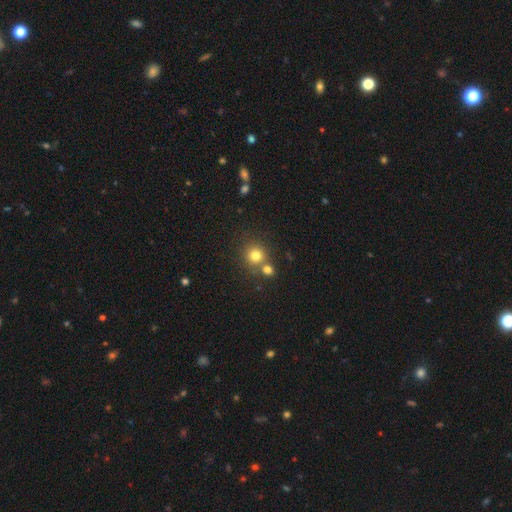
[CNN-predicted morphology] type=smooth (78%); roundness=round (90%); merging=none (63%).